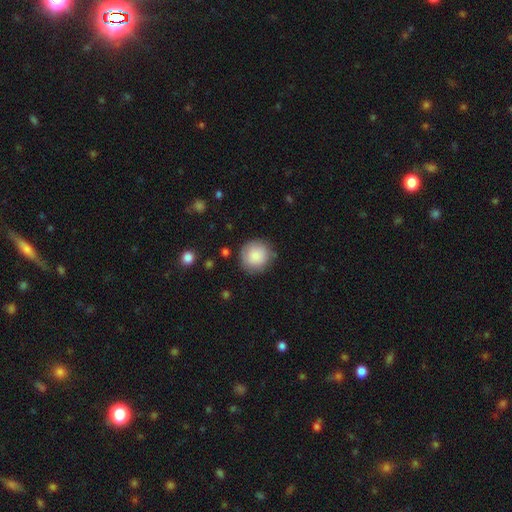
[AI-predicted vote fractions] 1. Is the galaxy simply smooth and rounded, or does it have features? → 85% smooth, 8% featured or disk, 7% star or artifact.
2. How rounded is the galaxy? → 92% round, 7% in between, 1% cigar-shaped.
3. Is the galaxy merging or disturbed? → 81% none, 14% minor disturbance, 4% major disturbance, 2% merger.